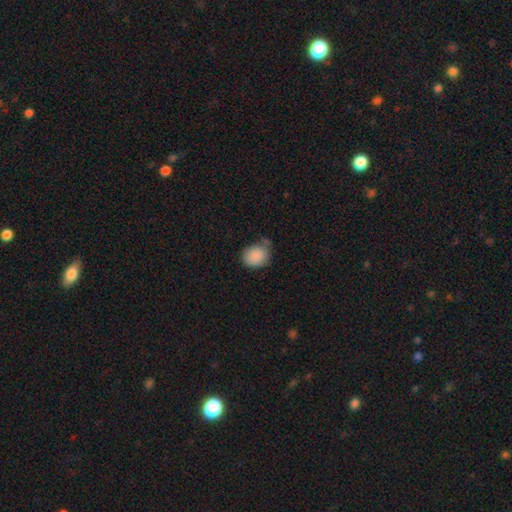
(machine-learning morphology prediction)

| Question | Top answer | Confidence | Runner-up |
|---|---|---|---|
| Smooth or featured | smooth | 88% | star or artifact (8%) |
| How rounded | round | 53% | in between (46%) |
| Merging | none | 56% | minor disturbance (30%) |